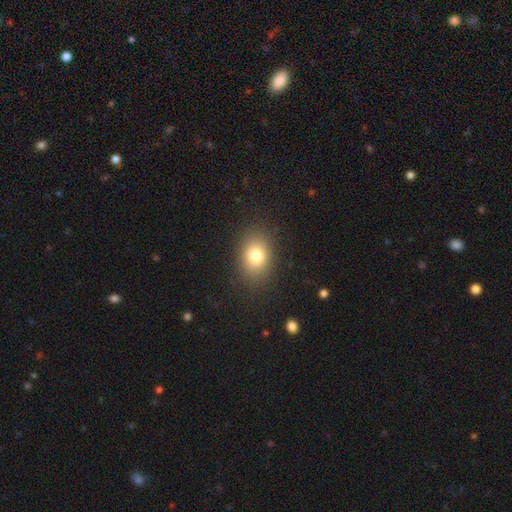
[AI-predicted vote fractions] This is likely a smooth galaxy (79%). How rounded: likely in between (65%). Merging: clearly none (86%).